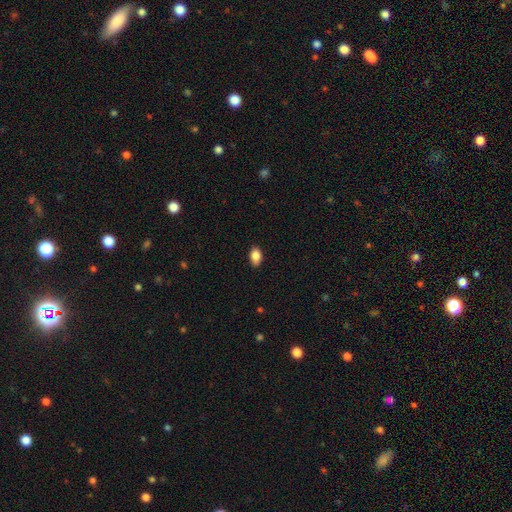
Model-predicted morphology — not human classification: smooth 87%, star or artifact 8%, featured or disk 5%. Down the decision tree: how rounded — in between (86%); merging — none (83%).